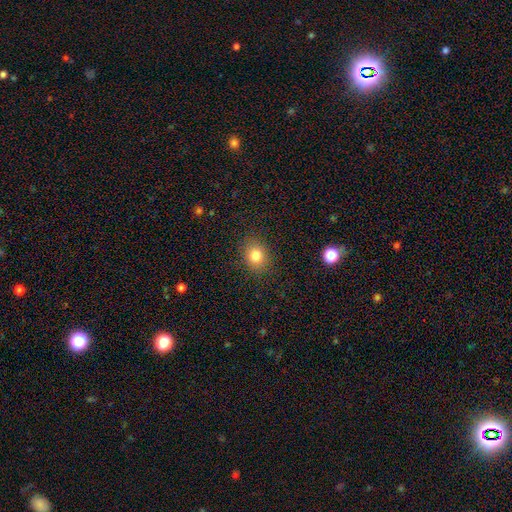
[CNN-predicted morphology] The model was most divided on "how rounded": round: 57%, in between: 42%, cigar-shaped: 1%. More confident: merging — none (87%); smooth or featured — smooth (82%).